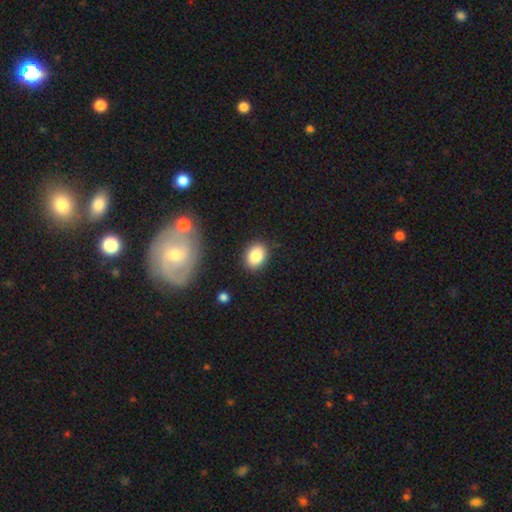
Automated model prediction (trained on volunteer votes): smooth_or_featured: smooth (p=0.86) [alt: star or artifact p=0.08]
how_rounded: in between (p=0.65) [alt: round p=0.34]
merging: none (p=0.86) [alt: minor disturbance p=0.10]